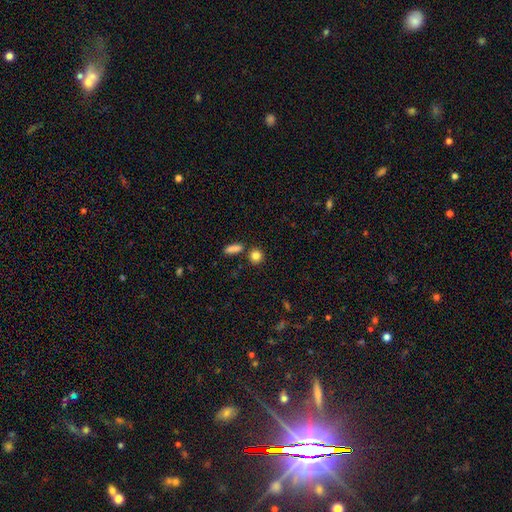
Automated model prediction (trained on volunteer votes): smooth_or_featured: smooth (p=0.84) [alt: star or artifact p=0.10]
how_rounded: round (p=0.86) [alt: in between p=0.12]
merging: none (p=0.80) [alt: merger p=0.10]